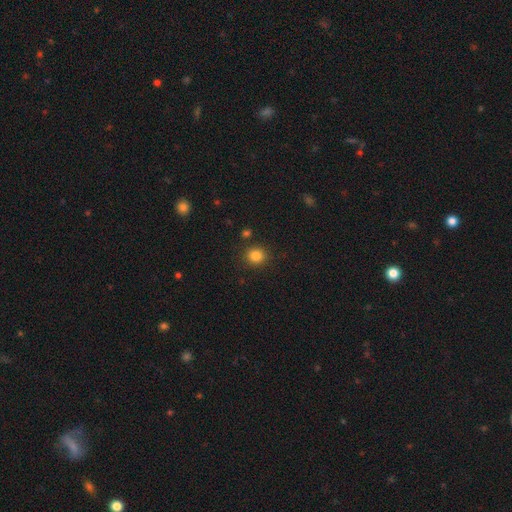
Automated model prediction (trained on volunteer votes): Smooth or featured? smooth (84%)
How rounded? round (85%)
Merging? none (87%)